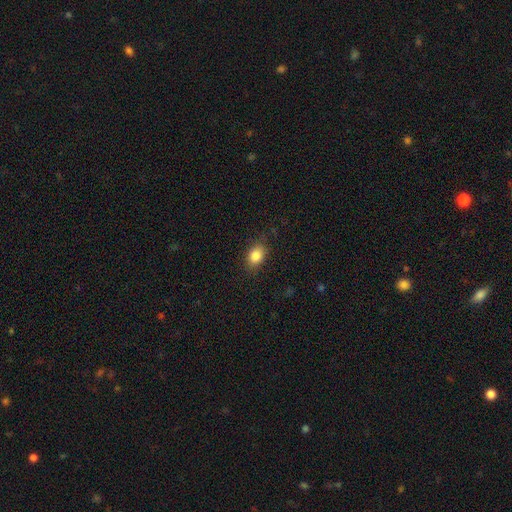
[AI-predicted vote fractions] This is clearly a smooth galaxy (85%). How rounded: likely in between (73%). Merging: clearly none (82%).